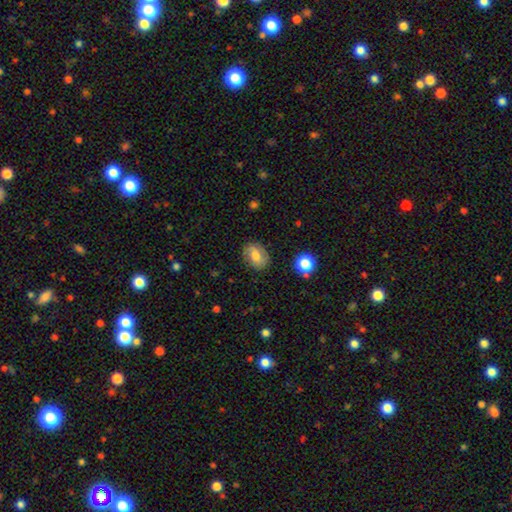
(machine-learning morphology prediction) A smooth galaxy with no disk features (66%) that is in between round and cigar-shaped (65%).

Vote fractions:
- Smooth or featured? smooth: 66% / featured or disk: 25% / star or artifact: 9%
- How rounded? in between: 65% / round: 34% / cigar-shaped: 1%
- Merging? none: 79% / minor disturbance: 15% / major disturbance: 4% / merger: 2%